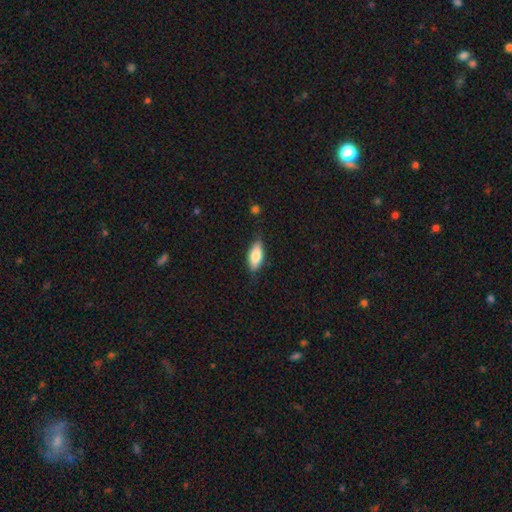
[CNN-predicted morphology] Q: Smooth or featured?
A: smooth (80%); runner-up: featured or disk (14%)
Q: How rounded?
A: in between (83%); runner-up: cigar-shaped (15%)
Q: Merging?
A: none (80%); runner-up: minor disturbance (16%)